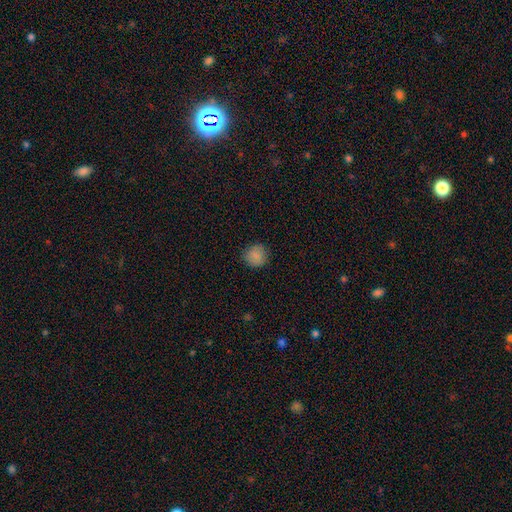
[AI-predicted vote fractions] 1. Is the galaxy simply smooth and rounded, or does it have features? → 86% smooth, 10% star or artifact, 4% featured or disk.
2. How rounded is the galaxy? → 90% round, 9% in between, 1% cigar-shaped.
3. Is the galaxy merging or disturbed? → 87% none, 9% minor disturbance, 2% major disturbance, 1% merger.